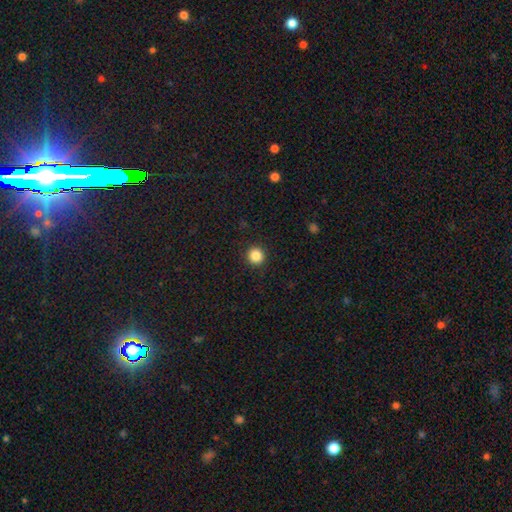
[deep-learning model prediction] Morphology: type=smooth (86%); roundness=round (95%); merging=none (93%).